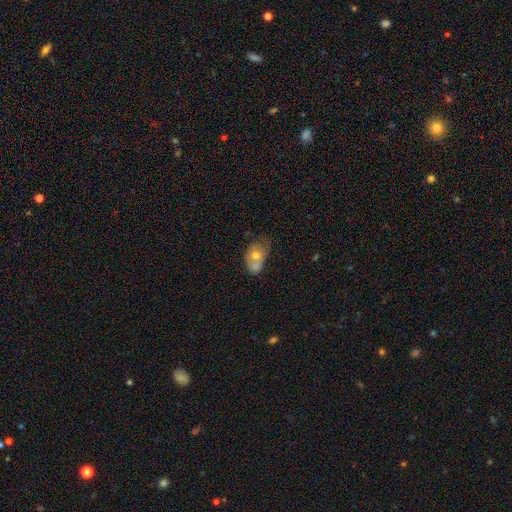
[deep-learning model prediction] Smooth or featured: smooth — 63% (featured or disk — 29%)
How rounded: in between — 71% (round — 28%)
Merging: merger — 52% (none — 21%)